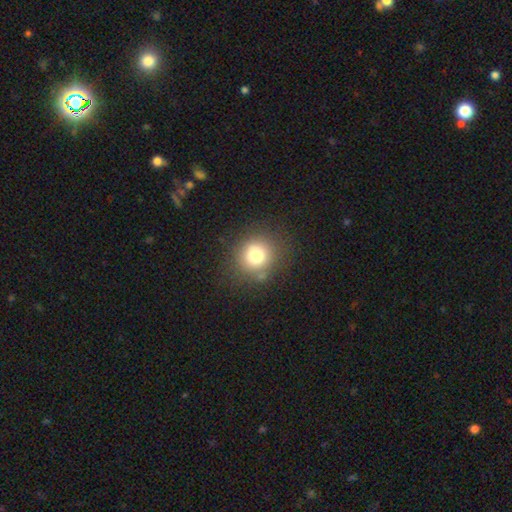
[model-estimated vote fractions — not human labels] smooth 75%, star or artifact 14%, featured or disk 11%. Down the decision tree: how rounded — round (88%); merging — none (81%).